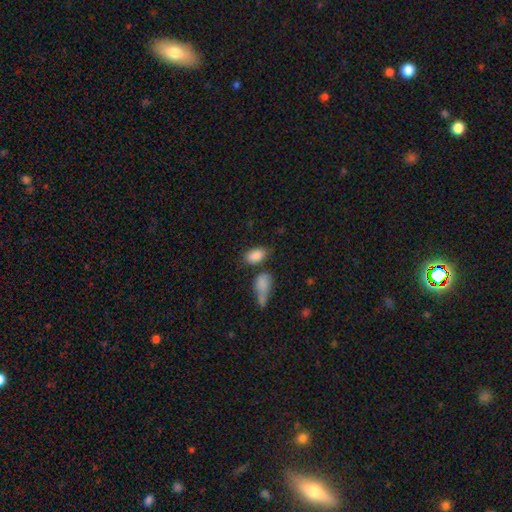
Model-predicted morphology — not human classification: This appears to be a smooth galaxy with no disk features (86%) that is in between round and cigar-shaped (91%). Merging: none (56%).